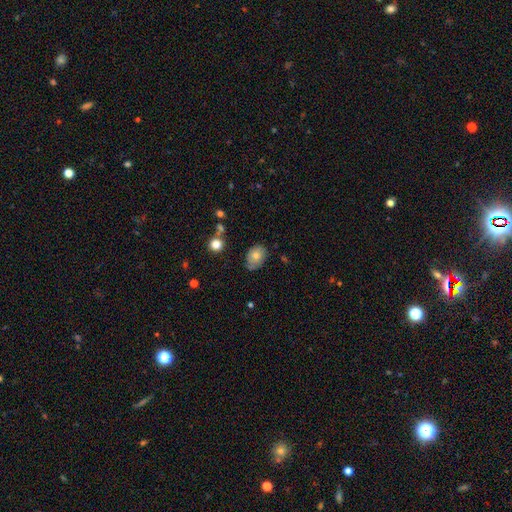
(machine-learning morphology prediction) Q: Smooth or featured?
A: smooth (71%); runner-up: featured or disk (21%)
Q: How rounded?
A: in between (73%); runner-up: round (26%)
Q: Merging?
A: none (60%); runner-up: minor disturbance (30%)